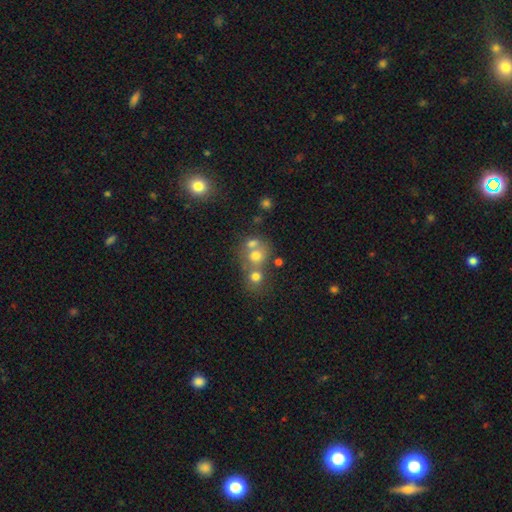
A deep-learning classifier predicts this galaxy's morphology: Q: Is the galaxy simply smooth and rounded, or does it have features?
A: smooth — 65%.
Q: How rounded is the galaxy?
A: round — 75%.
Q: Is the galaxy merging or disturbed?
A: merger — 52%.